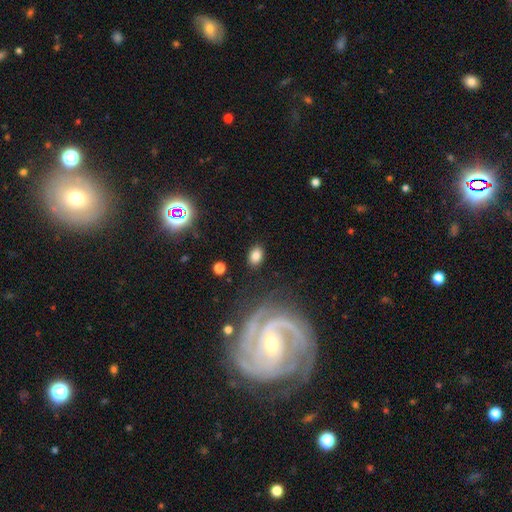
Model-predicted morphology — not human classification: This appears to be a smooth galaxy with no disk features (82%) that is in between round and cigar-shaped (81%). Merging: none (85%).